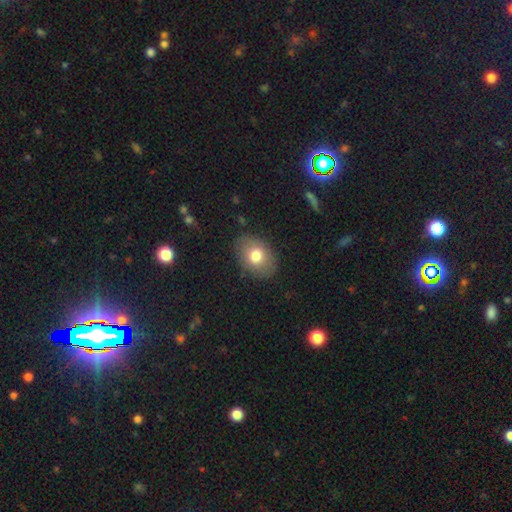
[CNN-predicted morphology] Overall: smooth (75%). How rounded: in between (72%). Merging: none (84%).